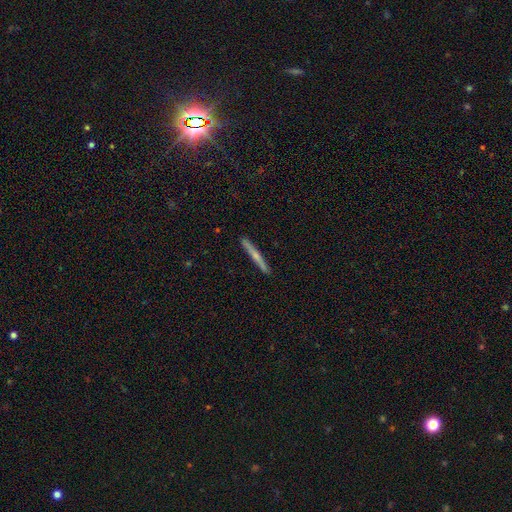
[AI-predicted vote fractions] featured or disk 53%, smooth 41%, star or artifact 6%. Down the decision tree: edge-on disk — yes (97%); edge-on bulge — rounded (64%); merging — none (91%).